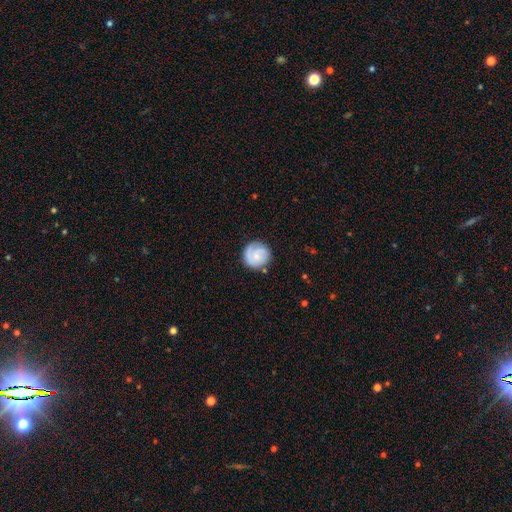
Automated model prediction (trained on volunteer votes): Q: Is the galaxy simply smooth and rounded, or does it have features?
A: featured or disk — 50%.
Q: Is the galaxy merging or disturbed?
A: none — 78%.